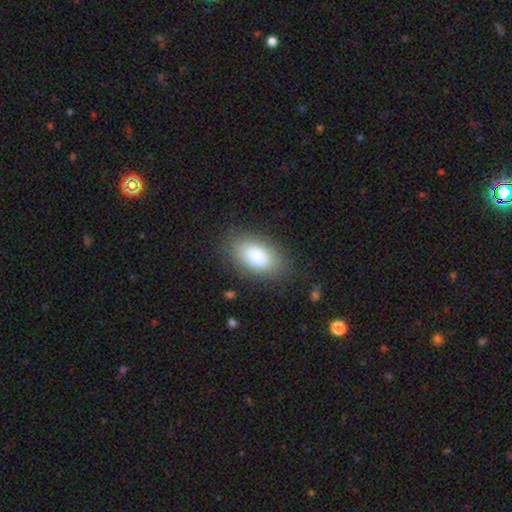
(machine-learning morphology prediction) smooth 85%, featured or disk 8%, star or artifact 7%. Down the decision tree: how rounded — in between (93%); merging — none (83%).